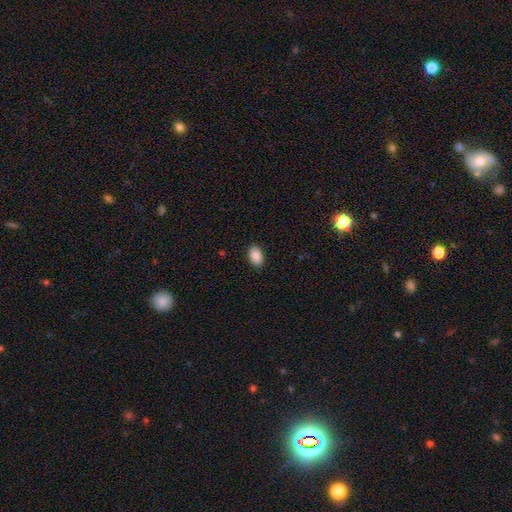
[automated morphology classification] Smooth or featured? Predicted: smooth (p=0.90). How rounded? Predicted: in between (p=0.91). Merging? Predicted: none (p=0.89).